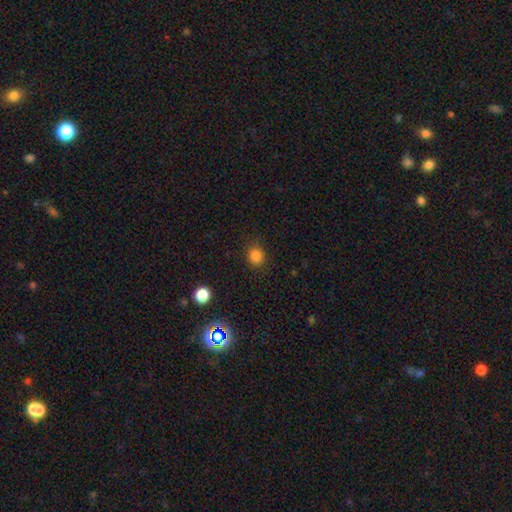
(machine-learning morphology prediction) Overall: smooth (84%). How rounded: round (83%). Merging: none (86%).